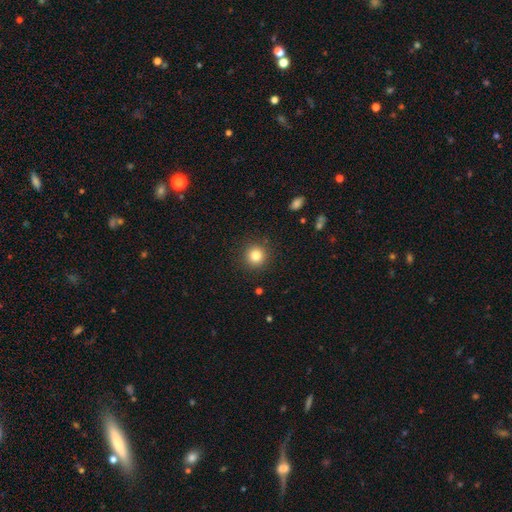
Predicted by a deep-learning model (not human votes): The model was most divided on "smooth or featured": smooth: 82%, star or artifact: 12%, featured or disk: 6%. More confident: how rounded — round (95%); merging — none (91%).